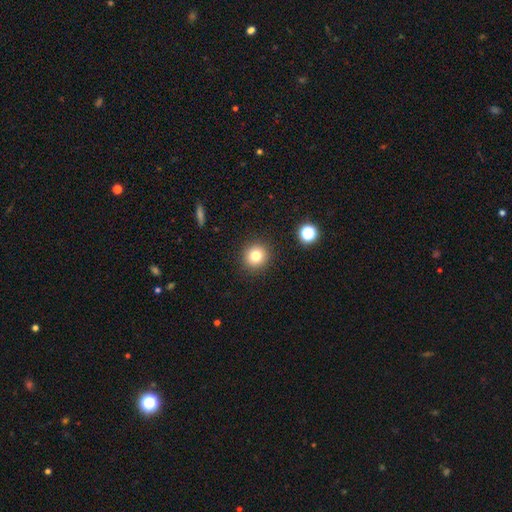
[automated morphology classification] Q: Smooth or featured?
A: smooth (79%); runner-up: star or artifact (13%)
Q: How rounded?
A: round (92%); runner-up: in between (7%)
Q: Merging?
A: none (91%); runner-up: minor disturbance (6%)